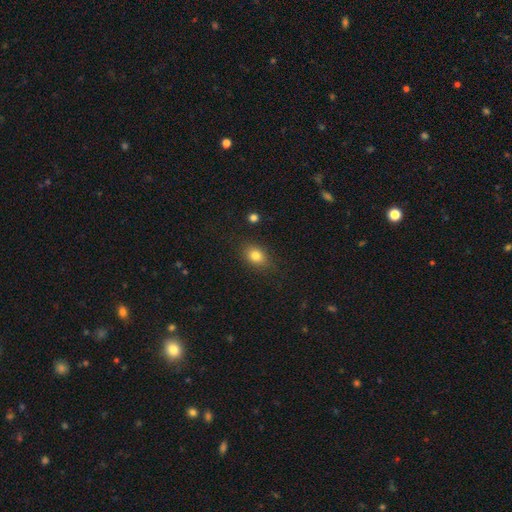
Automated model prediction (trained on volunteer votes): This appears to be a smooth galaxy with no disk features (81%) that is in between round and cigar-shaped (68%). Merging: none (81%).